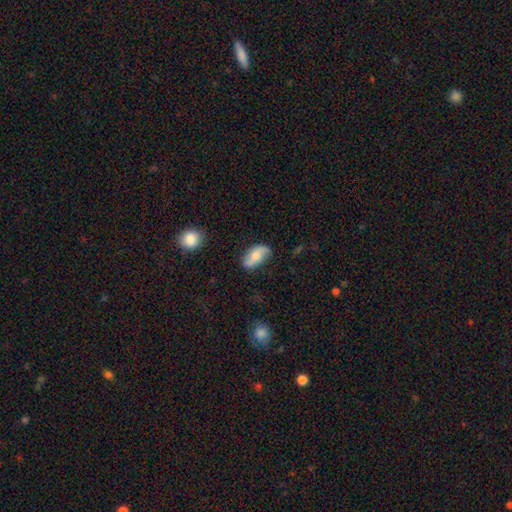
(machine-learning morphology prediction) This is possibly a smooth galaxy (47%). Merging: likely none (75%).